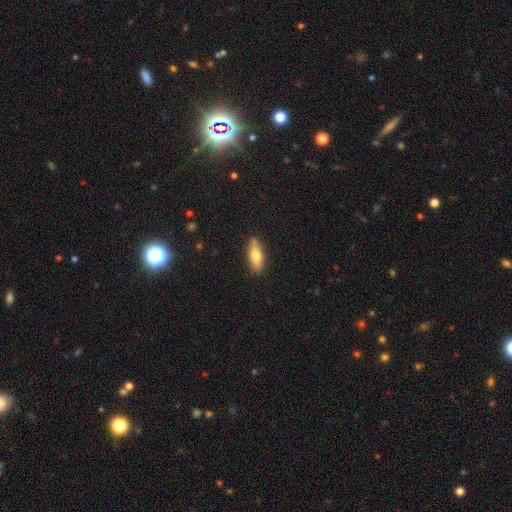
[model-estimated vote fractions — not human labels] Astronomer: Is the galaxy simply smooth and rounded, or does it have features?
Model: smooth — 71%.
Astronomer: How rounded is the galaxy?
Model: in between — 66%.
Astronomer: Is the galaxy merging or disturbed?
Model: none — 84%.